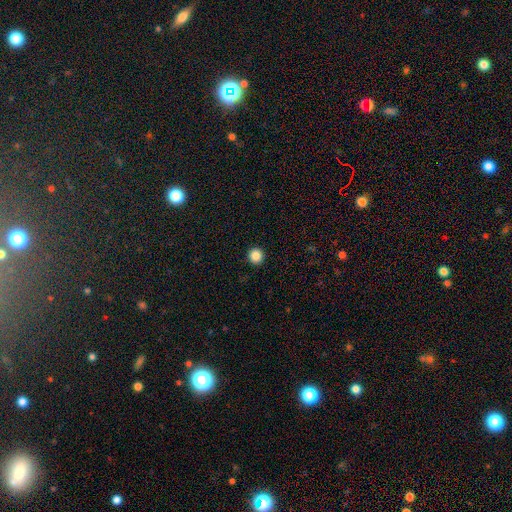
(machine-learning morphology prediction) This is clearly a smooth galaxy (87%). How rounded: clearly round (95%). Merging: clearly none (94%).